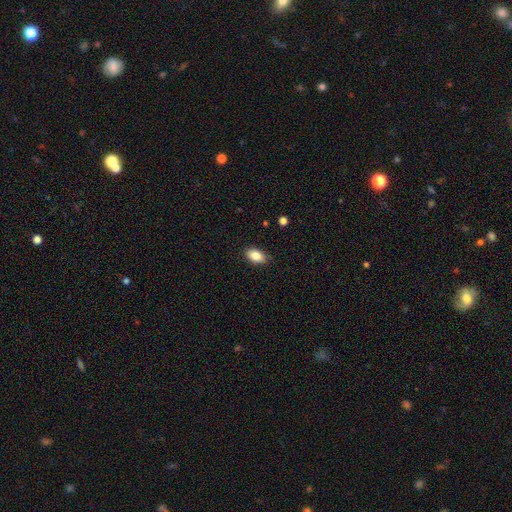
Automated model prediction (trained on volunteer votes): Smooth or featured? Predicted: smooth (p=0.86). How rounded? Predicted: in between (p=0.90). Merging? Predicted: none (p=0.85).